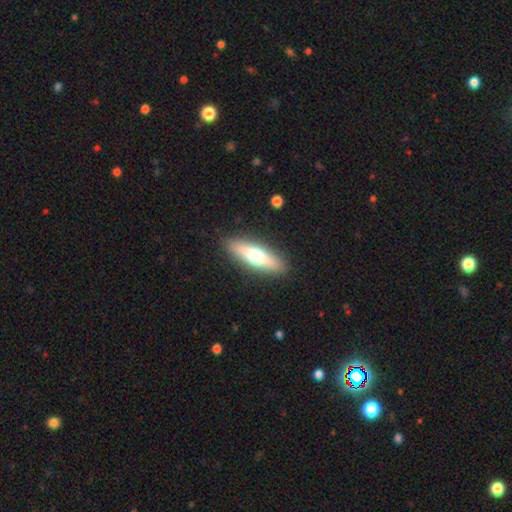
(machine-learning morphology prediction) The model was most divided on "smooth or featured": smooth: 52%, featured or disk: 42%, star or artifact: 6%. More confident: merging — none (89%); how rounded — cigar-shaped (59%).